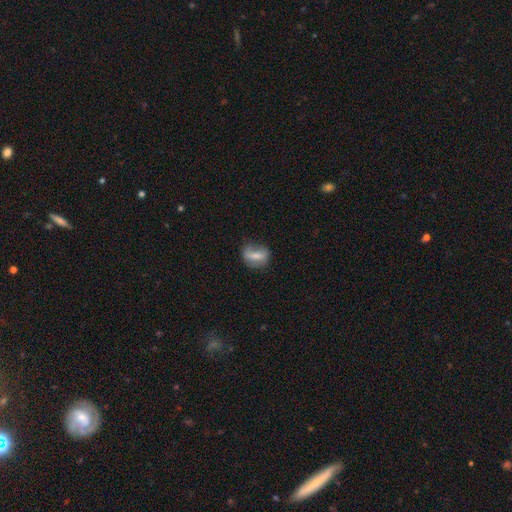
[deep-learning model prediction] A smooth galaxy with no disk features (57%) that is in between round and cigar-shaped (60%).

Vote fractions:
- Smooth or featured? smooth: 57% / featured or disk: 34% / star or artifact: 9%
- How rounded? in between: 60% / round: 34% / cigar-shaped: 6%
- Merging? none: 56% / minor disturbance: 27% / major disturbance: 13% / merger: 3%